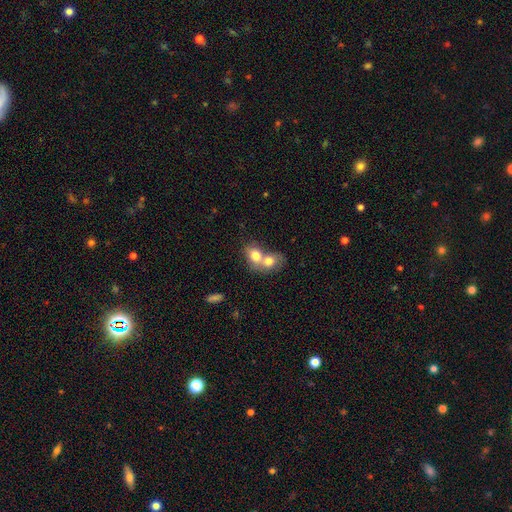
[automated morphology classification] The model was most divided on "how rounded": round: 51%, in between: 48%, cigar-shaped: 1%. More confident: merging — merger (76%); smooth or featured — smooth (74%).